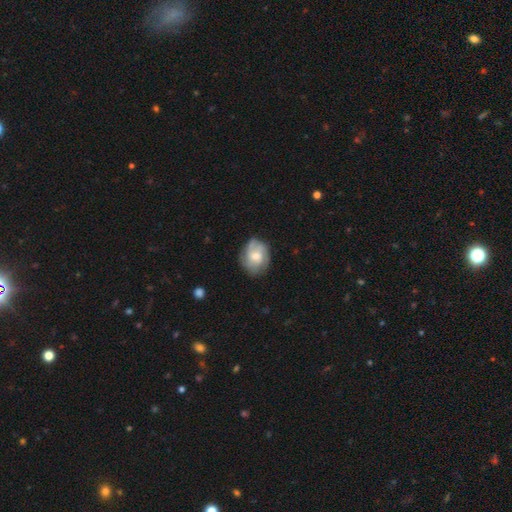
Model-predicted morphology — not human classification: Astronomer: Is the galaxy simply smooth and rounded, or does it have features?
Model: featured or disk — 54% (runner-up: smooth, 39%).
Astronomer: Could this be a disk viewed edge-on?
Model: no — 97%.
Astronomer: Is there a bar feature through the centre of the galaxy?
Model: no — 70%.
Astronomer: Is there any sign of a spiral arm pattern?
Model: yes — 82%.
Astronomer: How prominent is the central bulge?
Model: moderate — 62%.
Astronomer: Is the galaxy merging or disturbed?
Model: none — 71%.